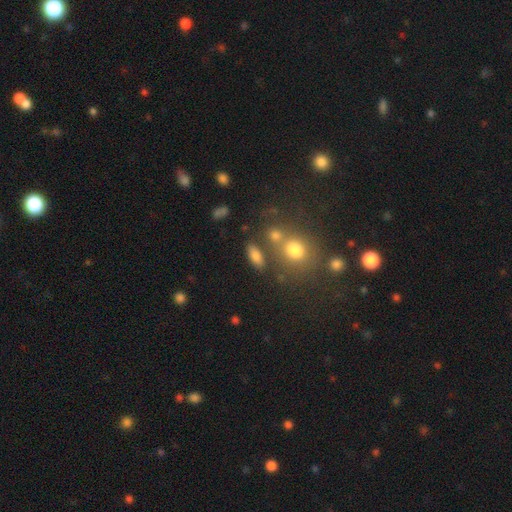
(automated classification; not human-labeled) smooth-or-featured: smooth: 78% | star or artifact: 11% | featured or disk: 10%
  how-rounded: in between: 75% | cigar-shaped: 16% | round: 10%
  merging: none: 71% | merger: 12% | minor disturbance: 12% | major disturbance: 5%